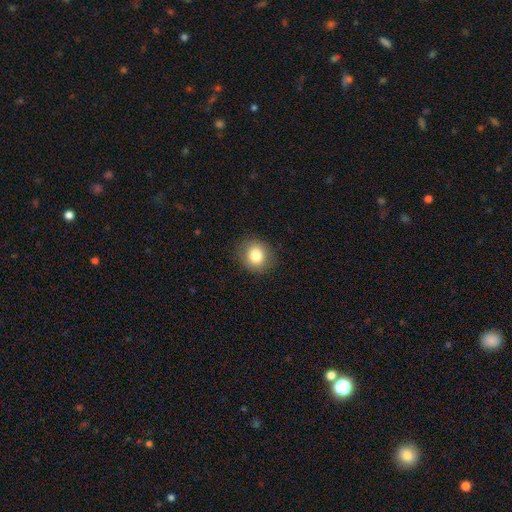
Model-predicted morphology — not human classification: smooth 82%, star or artifact 10%, featured or disk 8%. Down the decision tree: how rounded — round (83%); merging — none (88%).